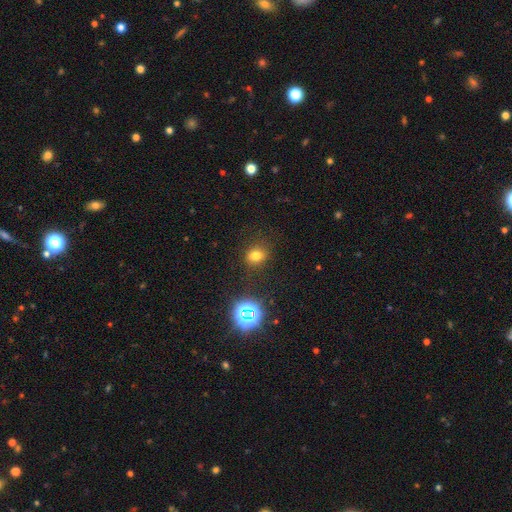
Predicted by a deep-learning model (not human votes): The model was most divided on "how rounded": round: 69%, in between: 30%, cigar-shaped: 1%. More confident: merging — none (85%); smooth or featured — smooth (71%).